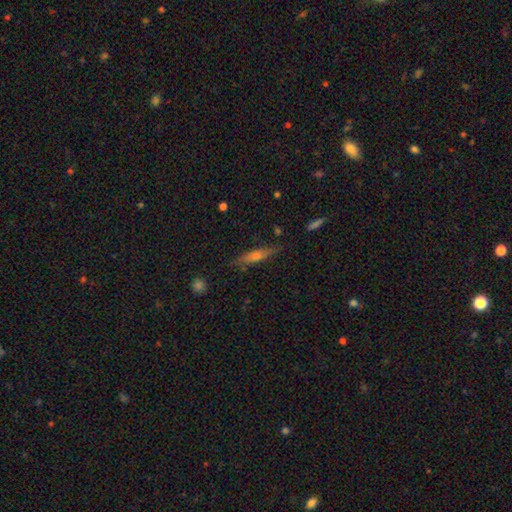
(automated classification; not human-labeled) This is marginally a smooth galaxy (45%). Merging: clearly none (83%).